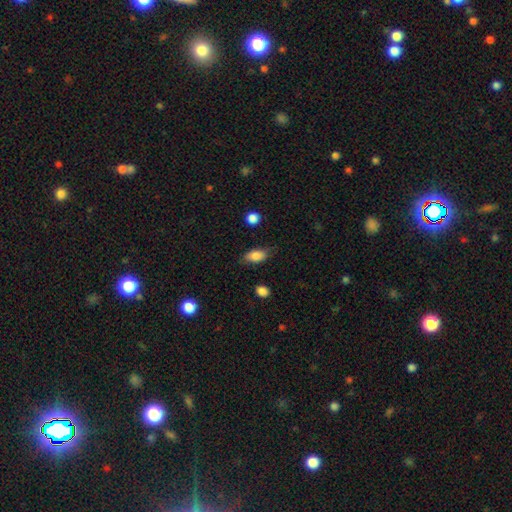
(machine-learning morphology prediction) smooth_or_featured: smooth (p=0.84) [alt: featured or disk p=0.08]
how_rounded: in between (p=0.87) [alt: cigar-shaped p=0.07]
merging: none (p=0.77) [alt: minor disturbance p=0.17]